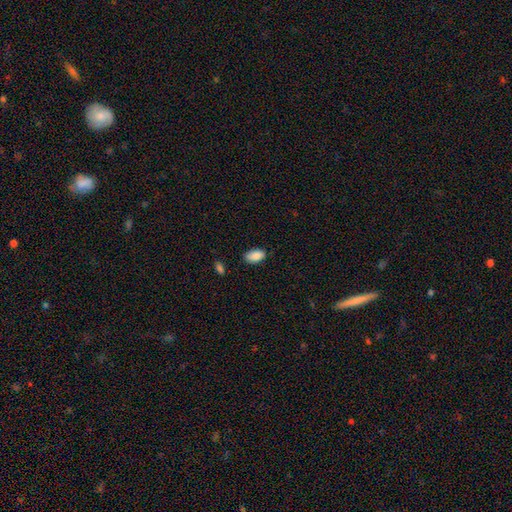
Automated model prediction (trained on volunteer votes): smooth_or_featured: smooth (p=0.88) [alt: star or artifact p=0.07]
how_rounded: in between (p=0.94) [alt: round p=0.04]
merging: none (p=0.82) [alt: minor disturbance p=0.14]